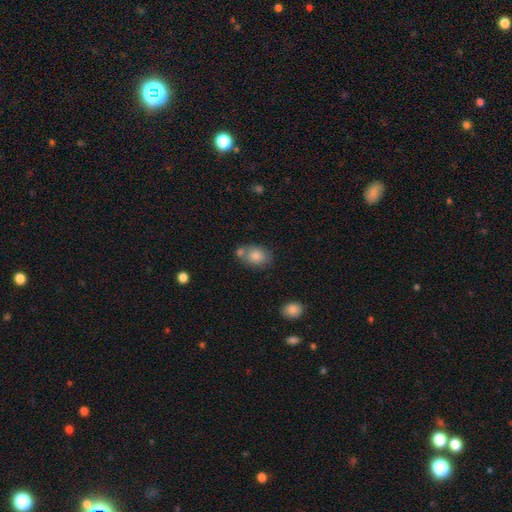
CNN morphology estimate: type=smooth (80%); roundness=in between (75%); merging=none (54%).